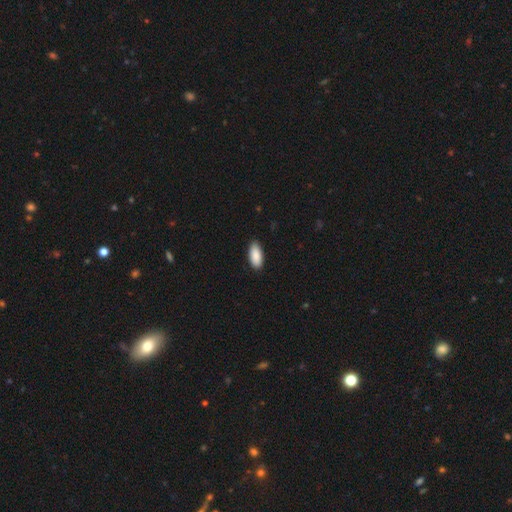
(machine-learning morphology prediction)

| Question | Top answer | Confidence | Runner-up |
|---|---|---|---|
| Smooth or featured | smooth | 90% | star or artifact (6%) |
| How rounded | in between | 91% | cigar-shaped (7%) |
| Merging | none | 87% | minor disturbance (10%) |